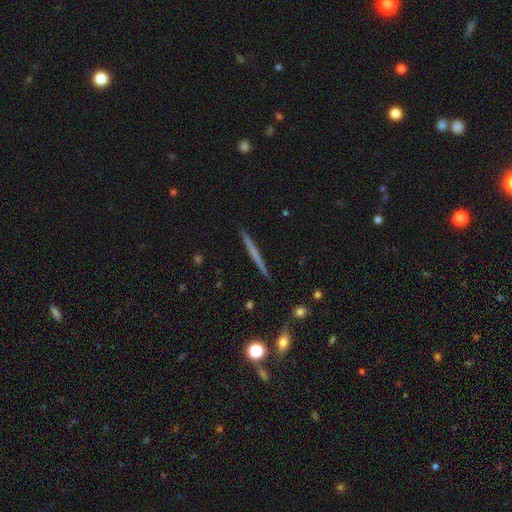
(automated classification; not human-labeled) Overall: featured or disk (49%; smooth 35%). Merging: none (87%).